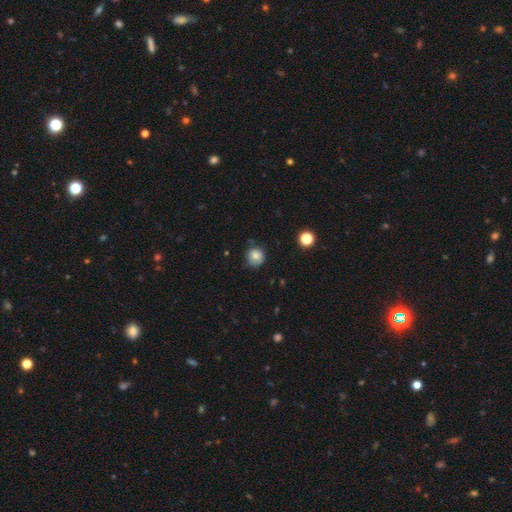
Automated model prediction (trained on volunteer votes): Smooth or featured?
  - smooth: 79% *
  - featured or disk: 11%
  - star or artifact: 10%
How rounded?
  - round: 89% *
  - in between: 10%
  - cigar-shaped: 1%
Merging?
  - none: 72% *
  - minor disturbance: 22%
  - major disturbance: 4%
  - merger: 2%